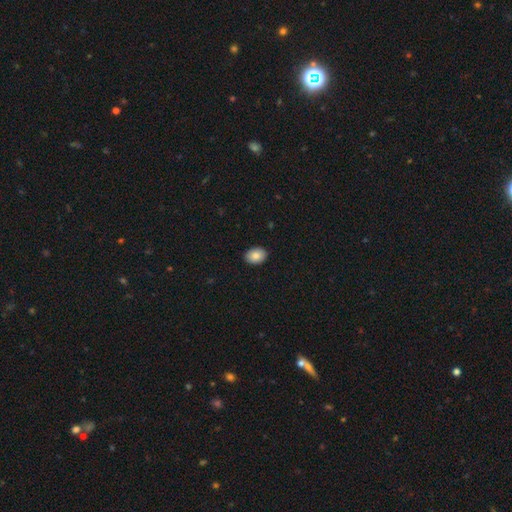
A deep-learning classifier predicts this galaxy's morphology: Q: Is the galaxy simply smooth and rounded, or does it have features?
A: smooth — 87%.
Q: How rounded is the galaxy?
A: in between — 79%.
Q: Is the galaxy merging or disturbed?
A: none — 90%.